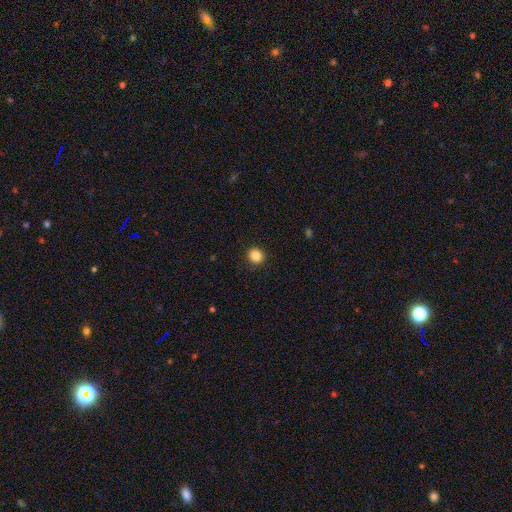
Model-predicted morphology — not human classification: Overall: smooth (87%). How rounded: round (92%). Merging: none (91%).